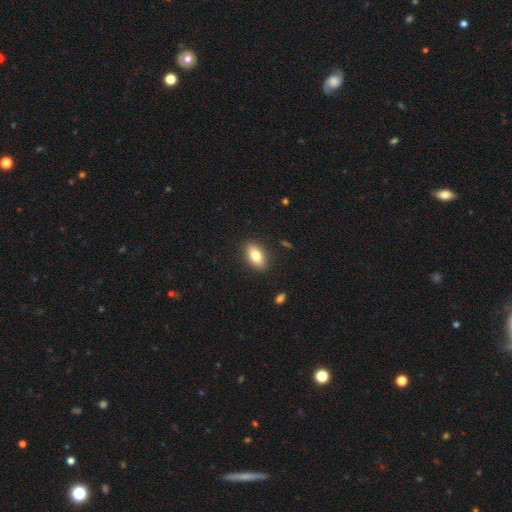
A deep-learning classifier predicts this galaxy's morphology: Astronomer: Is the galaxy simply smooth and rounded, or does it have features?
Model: smooth — 80%.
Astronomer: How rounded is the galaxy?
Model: in between — 89%.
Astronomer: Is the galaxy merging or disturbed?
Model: none — 88%.